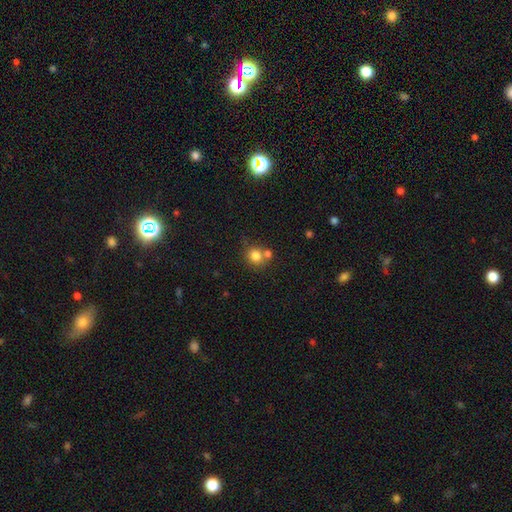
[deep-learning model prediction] Smooth or featured? Predicted: smooth (p=0.80). How rounded? Predicted: round (p=0.81). Merging? Predicted: none (p=0.52).